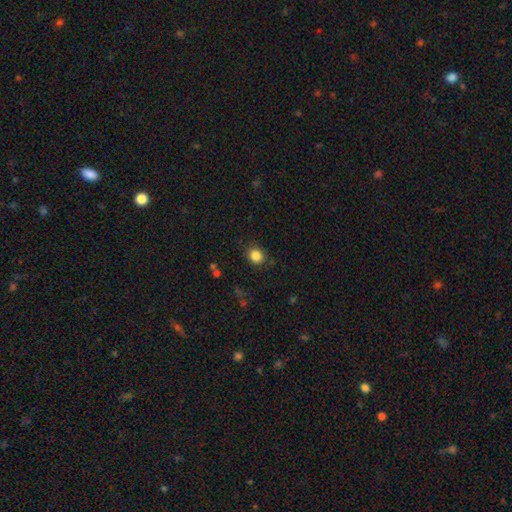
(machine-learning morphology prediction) Smooth or featured: smooth — 85% (star or artifact — 11%)
How rounded: round — 77% (in between — 22%)
Merging: none — 87% (minor disturbance — 8%)